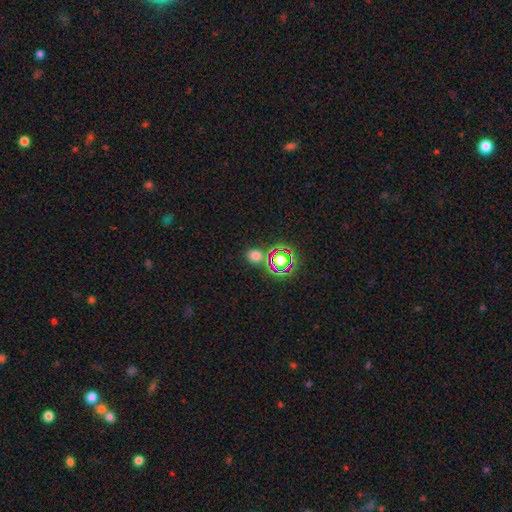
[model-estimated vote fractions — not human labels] A smooth galaxy with no disk features (66%) that is round (71%).

Vote fractions:
- Smooth or featured? smooth: 66% / star or artifact: 28% / featured or disk: 6%
- How rounded? round: 71% / in between: 28% / cigar-shaped: 1%
- Merging? none: 73% / merger: 14% / minor disturbance: 10% / major disturbance: 4%